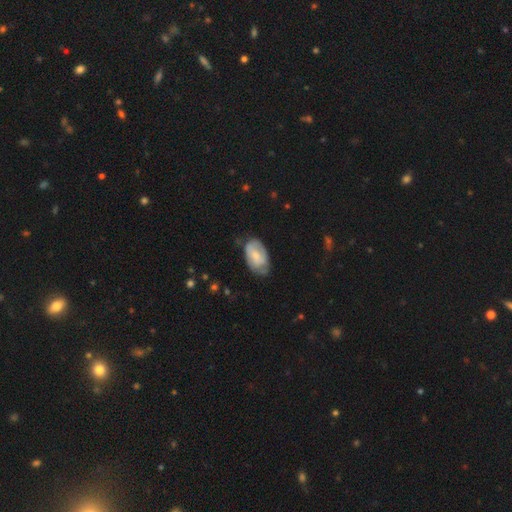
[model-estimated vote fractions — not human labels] A smooth galaxy with no disk features (55%) that is in between round and cigar-shaped (93%).

Vote fractions:
- Smooth or featured? smooth: 55% / featured or disk: 38% / star or artifact: 6%
- How rounded? in between: 93% / round: 6% / cigar-shaped: 2%
- Merging? none: 55% / minor disturbance: 33% / major disturbance: 10% / merger: 2%